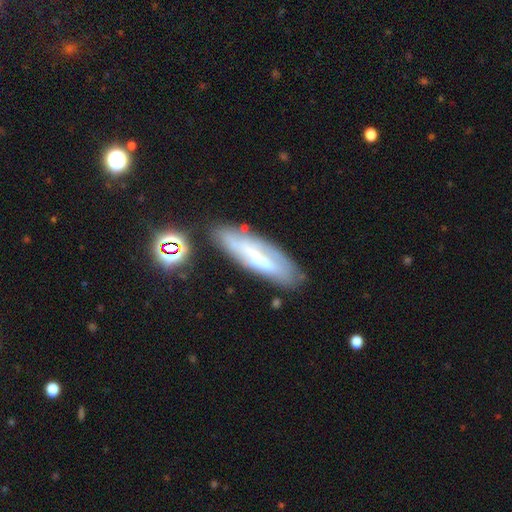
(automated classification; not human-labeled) Smooth or featured: featured or disk — 49% (smooth — 40%)
Merging: none — 69% (minor disturbance — 19%)